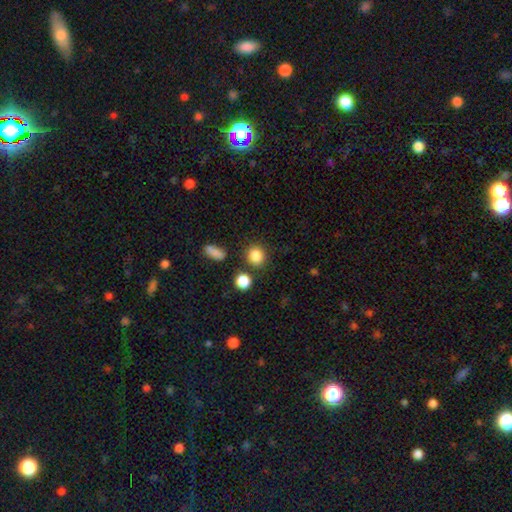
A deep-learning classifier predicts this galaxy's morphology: Smooth or featured?
  - smooth: 86% *
  - star or artifact: 10%
  - featured or disk: 4%
How rounded?
  - round: 85% *
  - in between: 14%
  - cigar-shaped: 1%
Merging?
  - none: 82% *
  - minor disturbance: 8%
  - merger: 7%
  - major disturbance: 3%